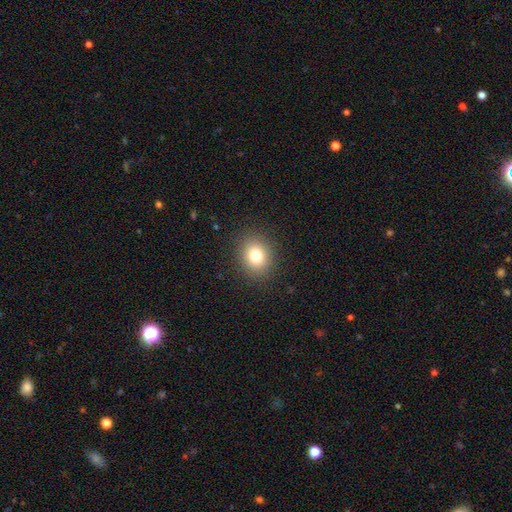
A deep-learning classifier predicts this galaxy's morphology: smooth 81%, star or artifact 11%, featured or disk 8%. Down the decision tree: how rounded — round (57%); merging — none (88%).